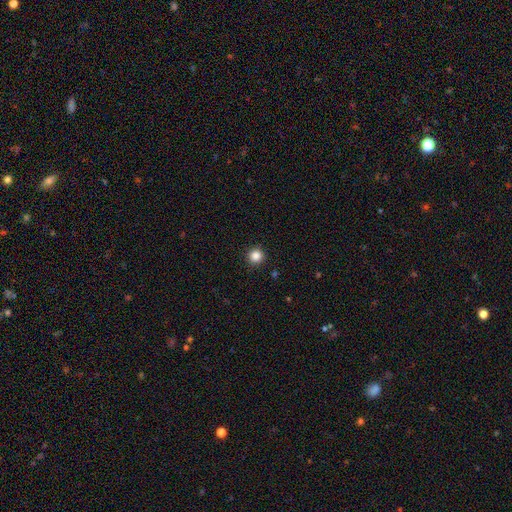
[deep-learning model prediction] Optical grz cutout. It shows a smooth galaxy with no disk features (85%) that is round (95%). Merging: none (92%).